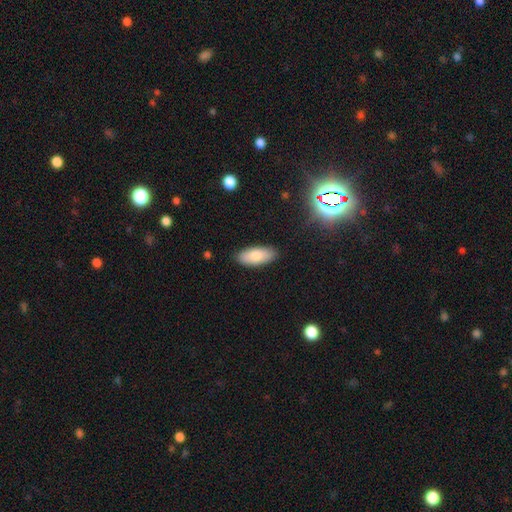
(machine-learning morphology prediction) The model was most divided on "smooth or featured": smooth: 79%, featured or disk: 14%, star or artifact: 7%. More confident: merging — none (87%); how rounded — in between (87%).